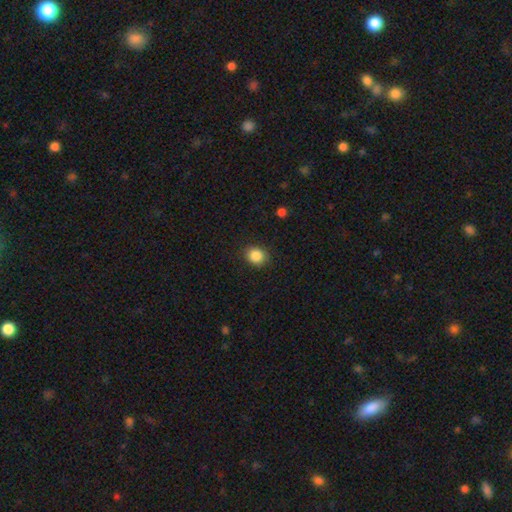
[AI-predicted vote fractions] Smooth or featured: smooth — 87% (star or artifact — 9%)
How rounded: round — 74% (in between — 25%)
Merging: none — 87% (minor disturbance — 9%)